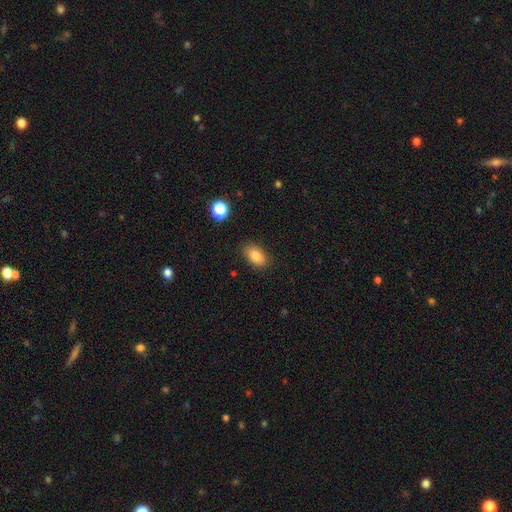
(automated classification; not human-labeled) smooth_or_featured: smooth (p=0.85) [alt: star or artifact p=0.09]
how_rounded: in between (p=0.90) [alt: round p=0.08]
merging: none (p=0.84) [alt: minor disturbance p=0.11]